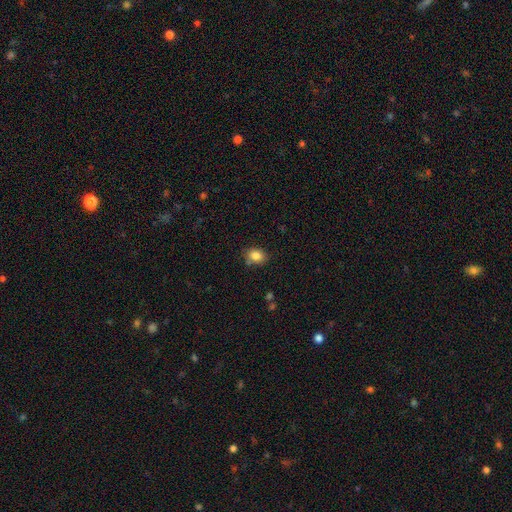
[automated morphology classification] Smooth or featured? smooth (84%)
How rounded? in between (58%)
Merging? none (77%)